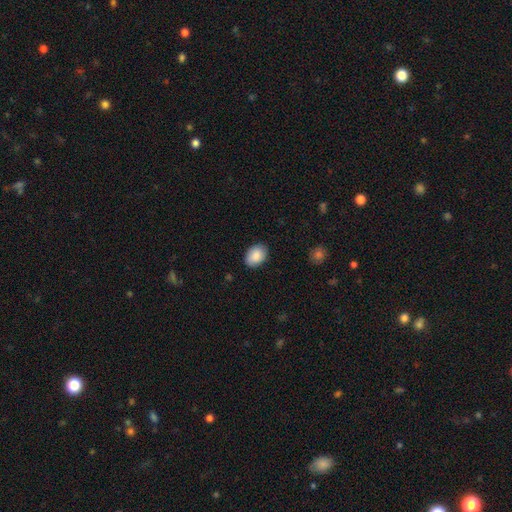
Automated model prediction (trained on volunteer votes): Smooth or featured? smooth (88%)
How rounded? in between (80%)
Merging? none (87%)